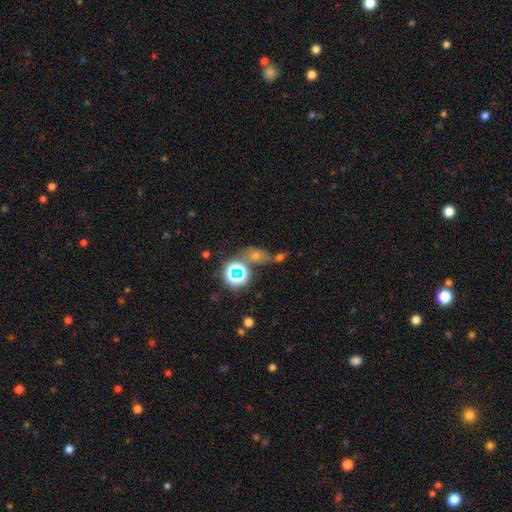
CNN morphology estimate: Smooth or featured? star or artifact (57%)